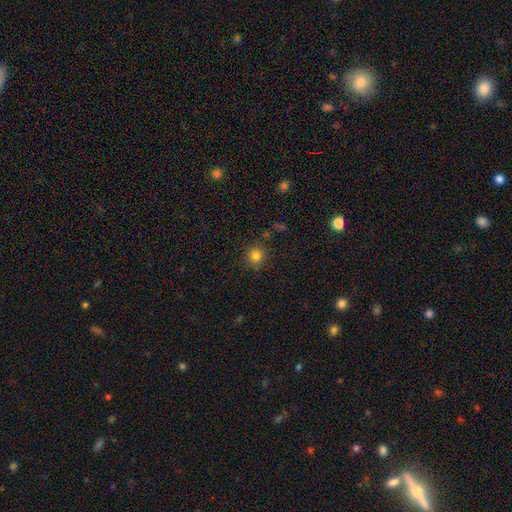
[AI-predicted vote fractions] Smooth or featured? Predicted: smooth (p=0.81). How rounded? Predicted: round (p=0.92). Merging? Predicted: none (p=0.83).